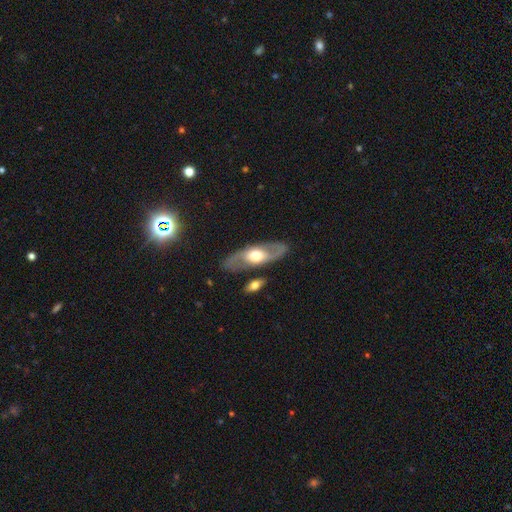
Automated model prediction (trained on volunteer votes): A featured or disk galaxy (68%) with no bar (68%), spiral arms (59%) and a moderate central bulge (59%).

Vote fractions:
- Smooth or featured? featured or disk: 68% / smooth: 27% / star or artifact: 5%
- Edge-on disk? no: 77% / yes: 23%
- Bar? no: 68% / weak: 23% / strong: 9%
- Spiral arms? yes: 59% / no: 41%
- Bulge size? moderate: 59% / large: 31% / small: 6% / dominant: 2% / none: 1%
- Merging? none: 79% / minor disturbance: 12% / major disturbance: 5% / merger: 4%